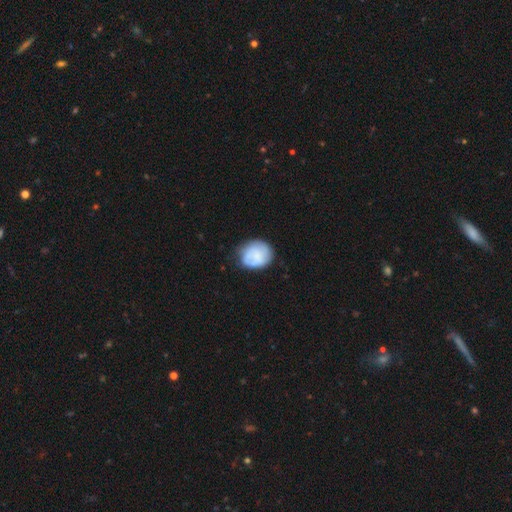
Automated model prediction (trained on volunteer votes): This is likely a smooth galaxy (67%). How rounded: likely round (65%). Merging: likely none (64%).